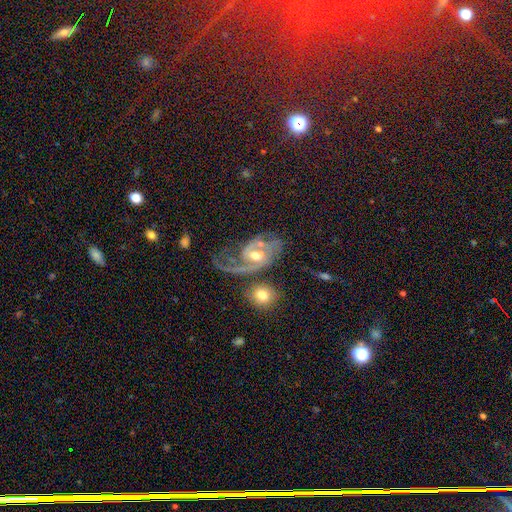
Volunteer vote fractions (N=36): Smooth or featured?
  - featured or disk: 92% *
  - star or artifact: 6%
  - smooth: 3%
Edge-on disk?
  - no: 97% *
  - yes: 3%
Bar?
  - no: 50% *
  - weak: 44%
  - strong: 6%
Spiral arms?
  - yes: 94% *
  - no: 6%
Spiral winding?
  - medium: 47% *
  - tight: 33%
  - loose: 20%
Spiral arm count?
  - 1: 50% *
  - 2: 43%
  - 3: 3%
  - 4: 3%
  - more than 4: 0%
  - can't tell: 0%
Bulge size?
  - moderate: 66% *
  - small: 28%
  - large: 3%
  - none: 3%
  - dominant: 0%
Merging?
  - major disturbance: 56% *
  - none: 18%
  - minor disturbance: 15%
  - merger: 12%